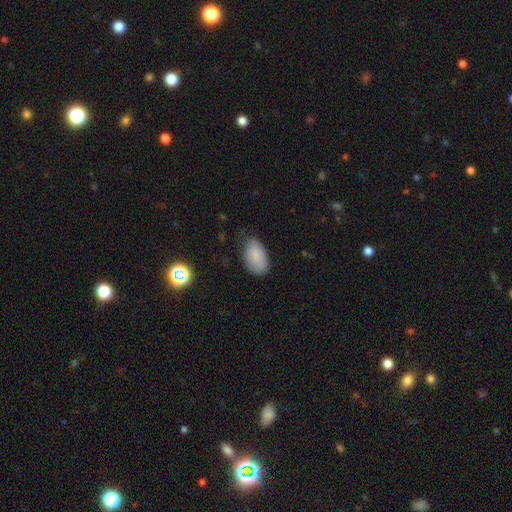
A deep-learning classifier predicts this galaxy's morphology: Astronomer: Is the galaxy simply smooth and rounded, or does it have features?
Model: smooth — 83%.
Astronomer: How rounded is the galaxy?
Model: in between — 93%.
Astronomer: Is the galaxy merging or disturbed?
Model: none — 66%.